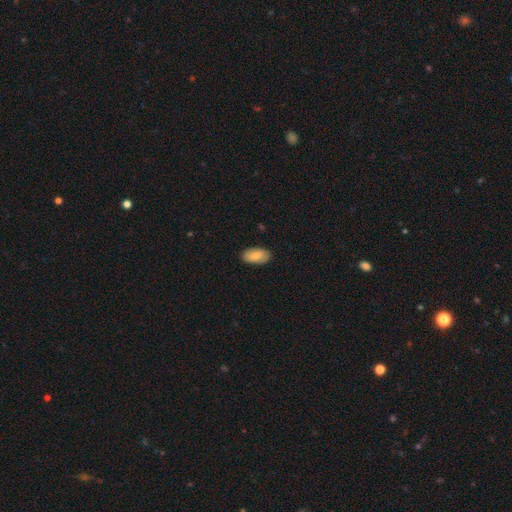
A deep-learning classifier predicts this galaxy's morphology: The model was most divided on "smooth or featured": smooth: 82%, featured or disk: 12%, star or artifact: 6%. More confident: how rounded — in between (94%); merging — none (86%).